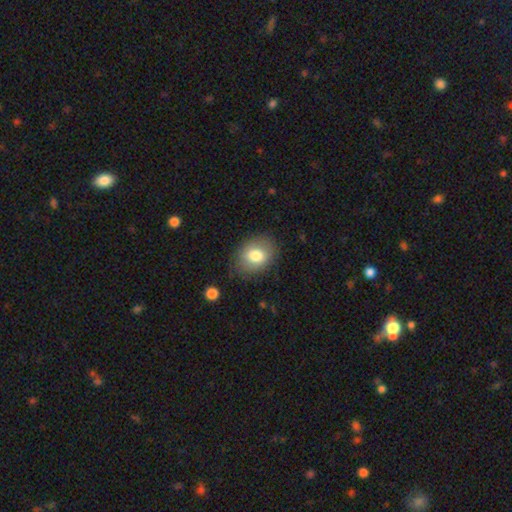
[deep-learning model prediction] Q: Smooth or featured?
A: smooth (78%); runner-up: featured or disk (13%)
Q: How rounded?
A: in between (58%); runner-up: round (41%)
Q: Merging?
A: none (81%); runner-up: minor disturbance (13%)